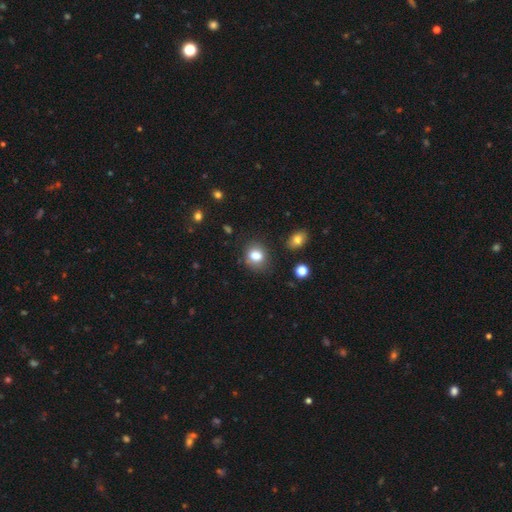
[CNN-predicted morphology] A smooth galaxy with no disk features (82%) that is round (57%). Merging: none (73%).